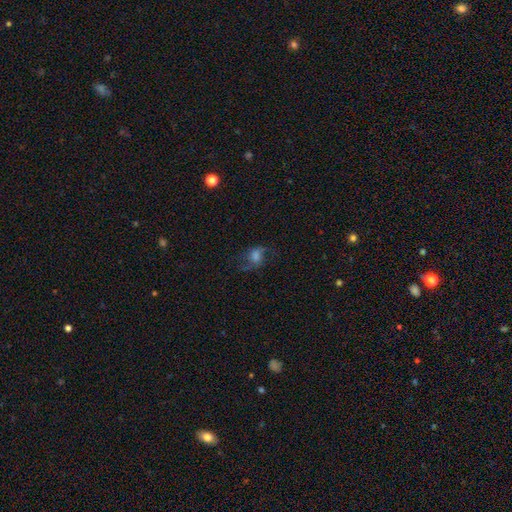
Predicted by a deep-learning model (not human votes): A featured or disk galaxy (45%). Merging: none (58%).